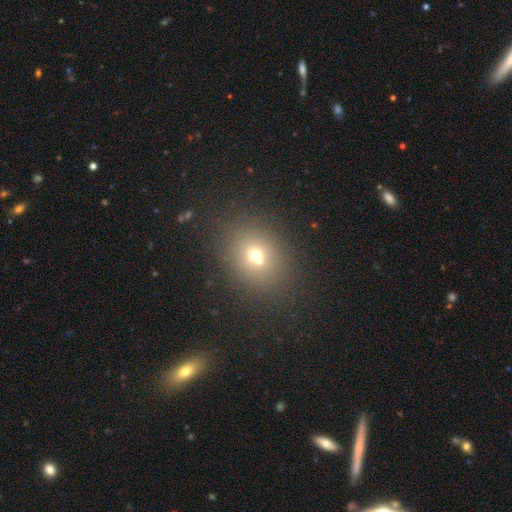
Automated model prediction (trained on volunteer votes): Smooth or featured: smooth — 64% (star or artifact — 20%)
How rounded: round — 60% (in between — 39%)
Merging: none — 63% (merger — 23%)